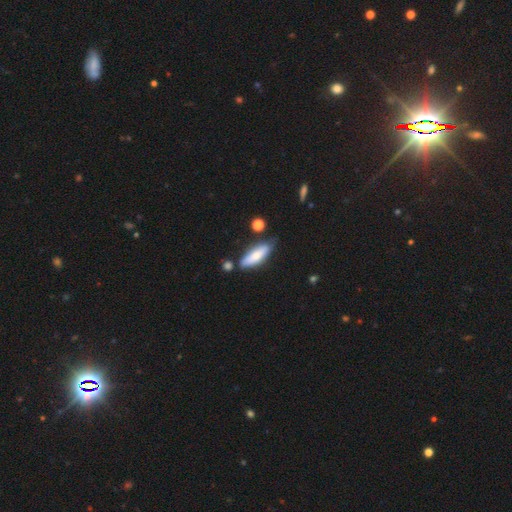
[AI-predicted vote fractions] This appears to be a smooth galaxy with no disk features (70%) that is in between round and cigar-shaped (54%). Merging: none (69%).